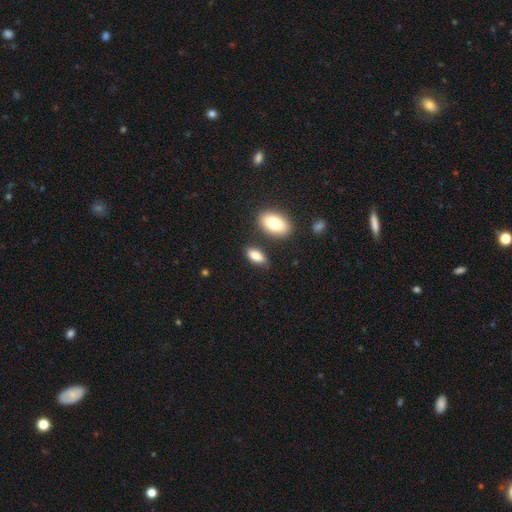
This appears to be a smooth galaxy with no disk features (86%) that is in between round and cigar-shaped (88%). Merging: none (91%).